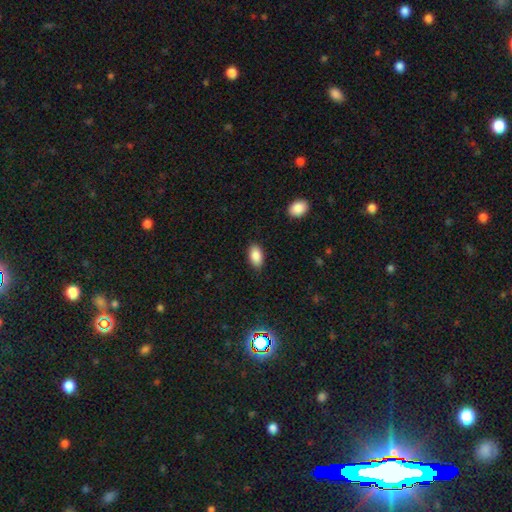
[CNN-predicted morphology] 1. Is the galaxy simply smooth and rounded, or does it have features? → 87% smooth, 8% star or artifact, 5% featured or disk.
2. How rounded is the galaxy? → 93% in between, 4% round, 2% cigar-shaped.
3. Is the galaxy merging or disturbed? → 87% none, 10% minor disturbance, 2% major disturbance, 1% merger.